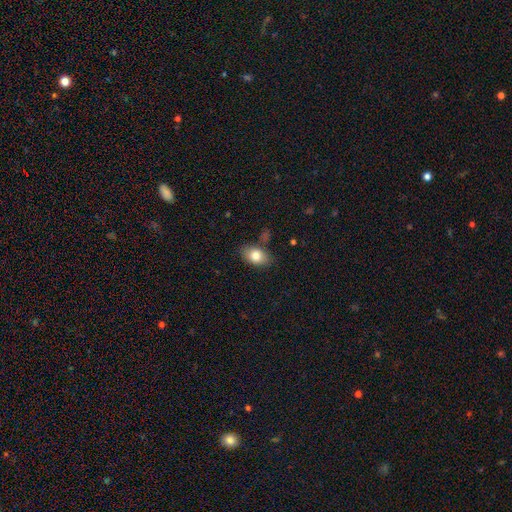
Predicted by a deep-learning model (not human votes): Morphology: type=smooth (80%); roundness=in between (85%); merging=none (77%).